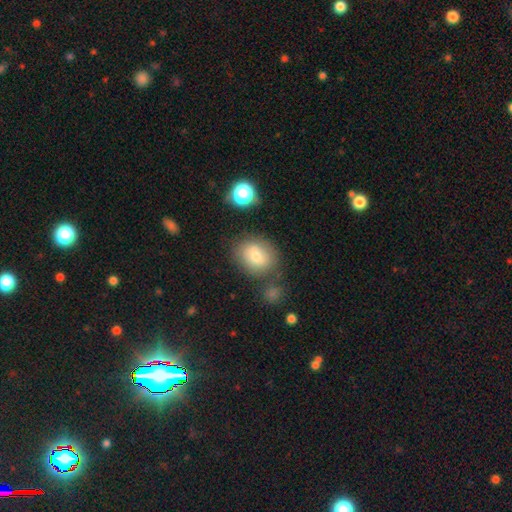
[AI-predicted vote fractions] Smooth or featured? Predicted: smooth (p=0.74). How rounded? Predicted: round (p=0.51). Merging? Predicted: none (p=0.66).